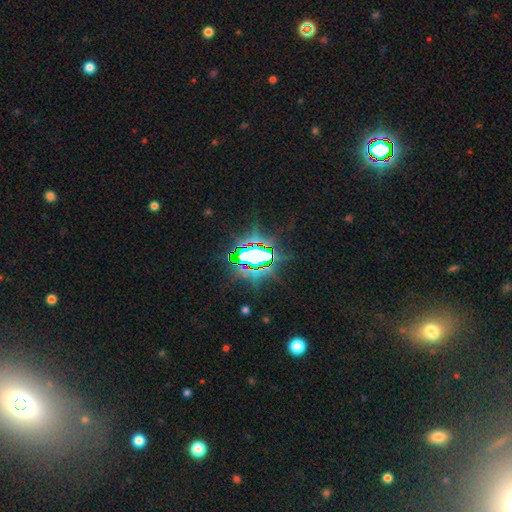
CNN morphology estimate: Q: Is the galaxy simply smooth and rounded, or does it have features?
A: star or artifact — 74%.